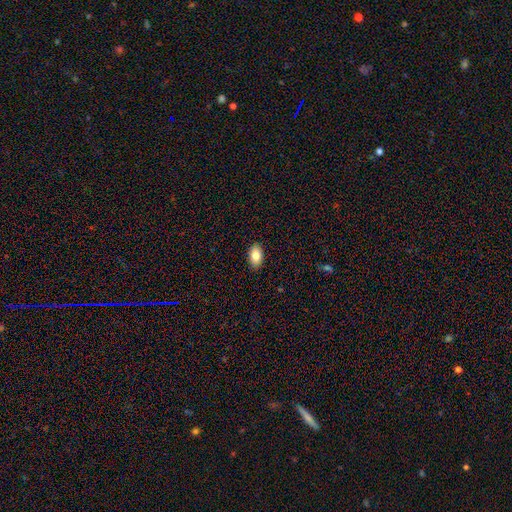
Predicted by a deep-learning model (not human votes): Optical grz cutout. It shows a smooth galaxy with no disk features (84%) that is in between round and cigar-shaped (93%). Merging: none (90%).